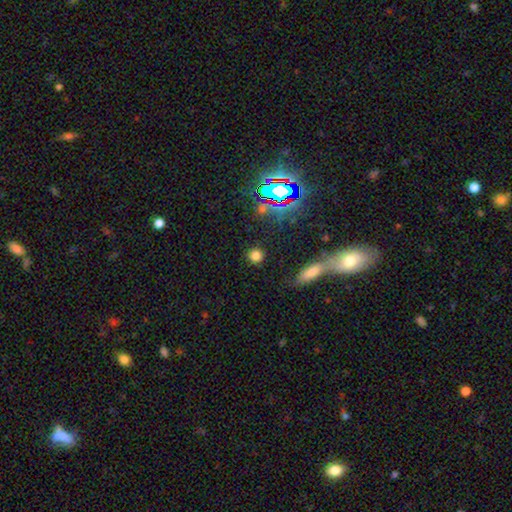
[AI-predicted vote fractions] Smooth or featured?
  - smooth: 76% *
  - star or artifact: 18%
  - featured or disk: 6%
How rounded?
  - round: 89% *
  - in between: 9%
  - cigar-shaped: 2%
Merging?
  - none: 88% *
  - minor disturbance: 7%
  - major disturbance: 3%
  - merger: 2%